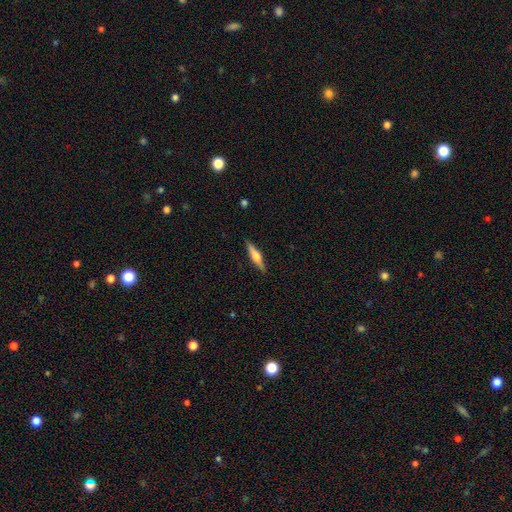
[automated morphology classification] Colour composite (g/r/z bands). It shows a featured or disk galaxy (52%) viewed edge-on (96%) with a rounded central bulge (80%). Merging: none (88%).